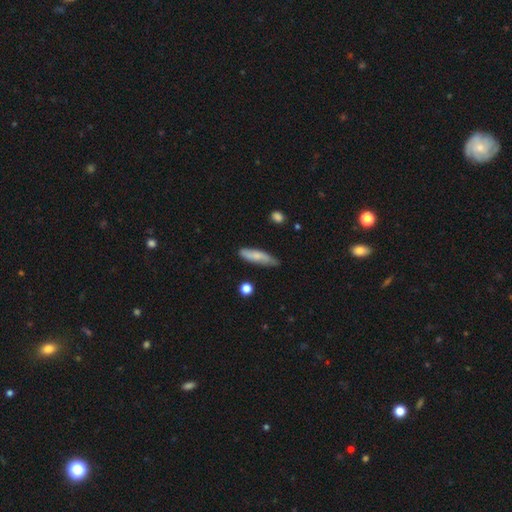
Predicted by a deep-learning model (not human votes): Smooth or featured? Predicted: smooth (p=0.71). How rounded? Predicted: cigar-shaped (p=0.66). Merging? Predicted: none (p=0.70).